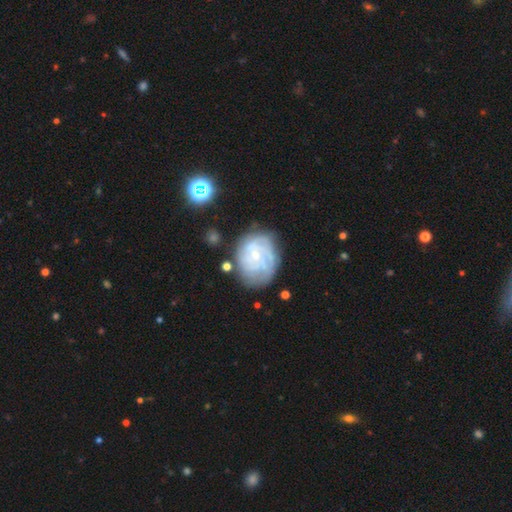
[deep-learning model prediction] A featured or disk galaxy (73%) with no bar (76%), tight (67%) spiral arms (84%) and a small central bulge (76%). Merging: none (62%).